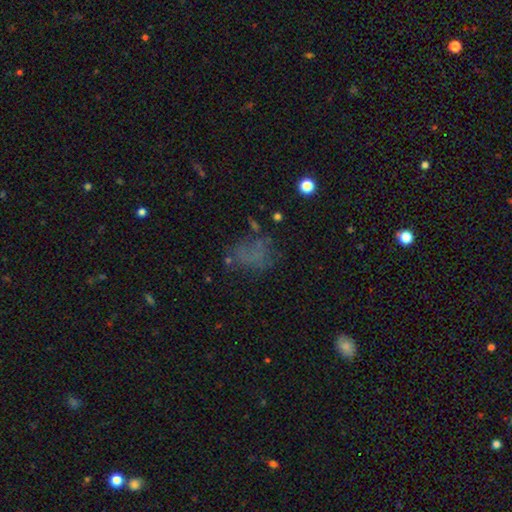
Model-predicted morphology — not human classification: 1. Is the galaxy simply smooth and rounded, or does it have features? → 47% smooth, 27% star or artifact, 26% featured or disk.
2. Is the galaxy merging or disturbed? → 49% none, 25% major disturbance, 21% minor disturbance, 6% merger.